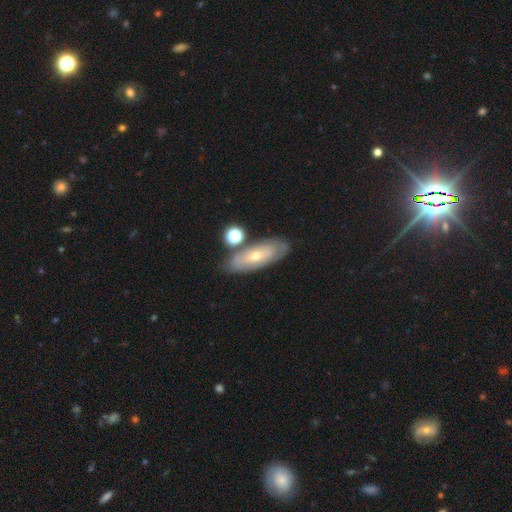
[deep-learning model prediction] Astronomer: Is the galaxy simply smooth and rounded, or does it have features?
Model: featured or disk — 53% (runner-up: smooth, 40%).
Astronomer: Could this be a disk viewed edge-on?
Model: no — 78%.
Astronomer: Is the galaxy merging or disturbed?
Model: none — 74%.